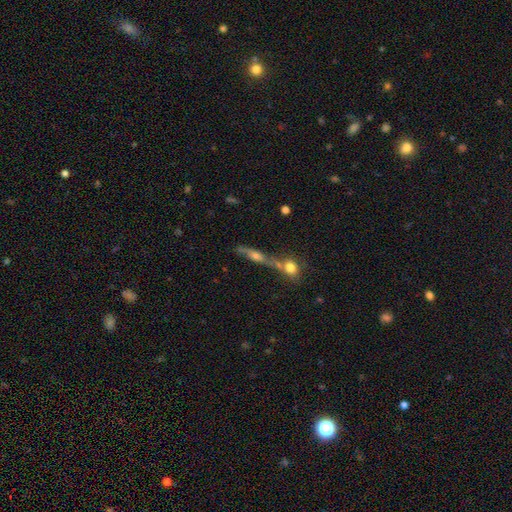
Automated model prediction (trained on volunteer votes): A featured or disk galaxy (61%) viewed edge-on (76%).

Vote fractions:
- Smooth or featured? featured or disk: 61% / smooth: 25% / star or artifact: 15%
- Edge-on disk? yes: 76% / no: 24%
- Merging? none: 45% / merger: 37% / minor disturbance: 11% / major disturbance: 7%